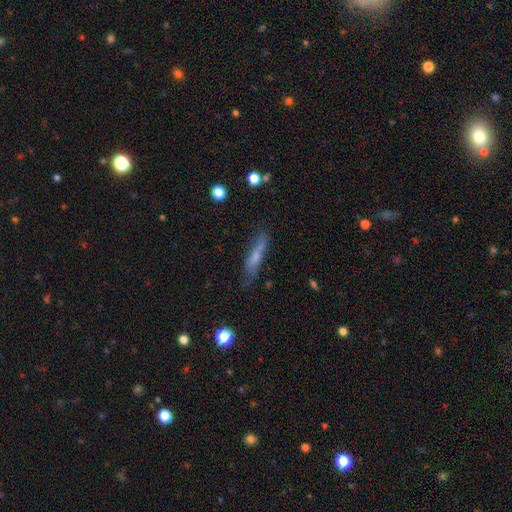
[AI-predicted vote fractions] Overall: smooth (55%; featured or disk 36%). How rounded: cigar-shaped (83%). Merging: none (61%; minor disturbance 24%).